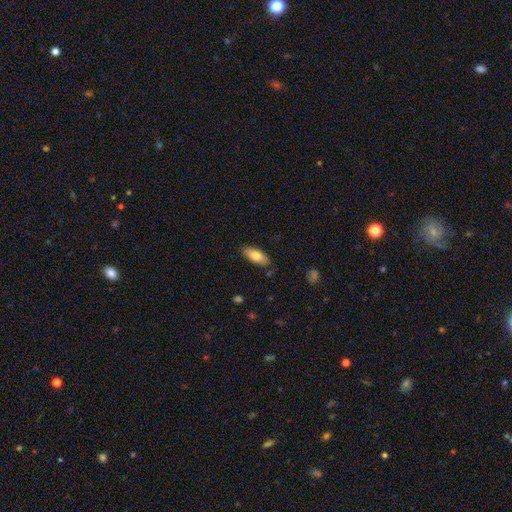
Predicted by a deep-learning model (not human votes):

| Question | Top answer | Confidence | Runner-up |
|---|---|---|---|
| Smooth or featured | smooth | 78% | featured or disk (16%) |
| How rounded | in between | 84% | cigar-shaped (14%) |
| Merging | none | 84% | minor disturbance (12%) |